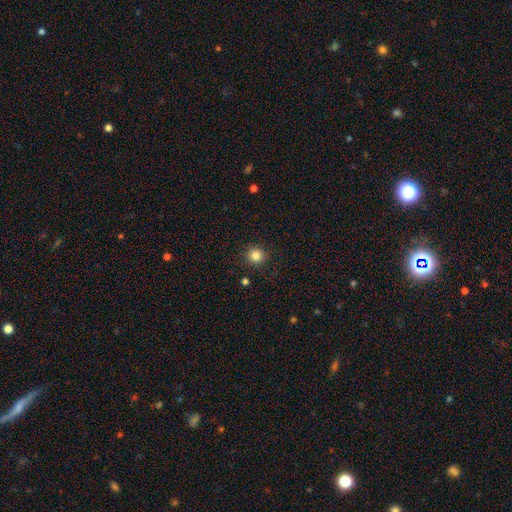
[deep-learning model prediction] This is clearly a smooth galaxy (84%). How rounded: clearly round (93%). Merging: clearly none (91%).